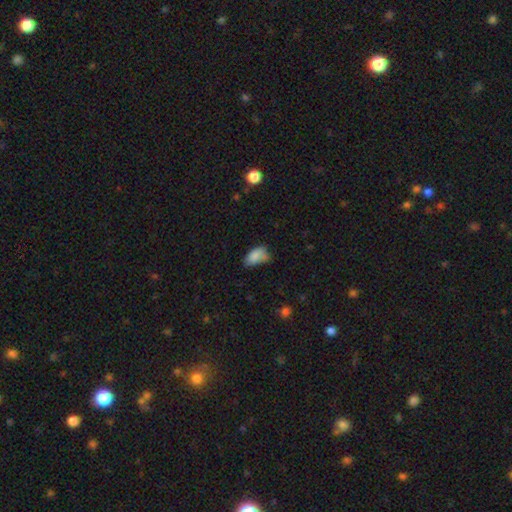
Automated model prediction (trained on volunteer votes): Overall: smooth (82%). How rounded: in between (92%). Merging: none (45%; minor disturbance 37%).